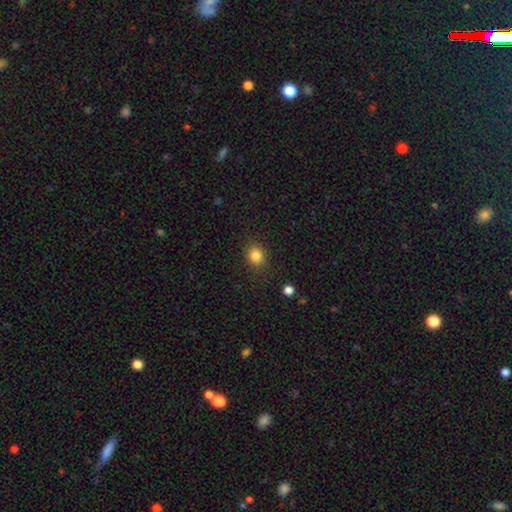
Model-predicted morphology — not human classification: A smooth galaxy with no disk features (84%) that is round (70%). Merging: none (87%).